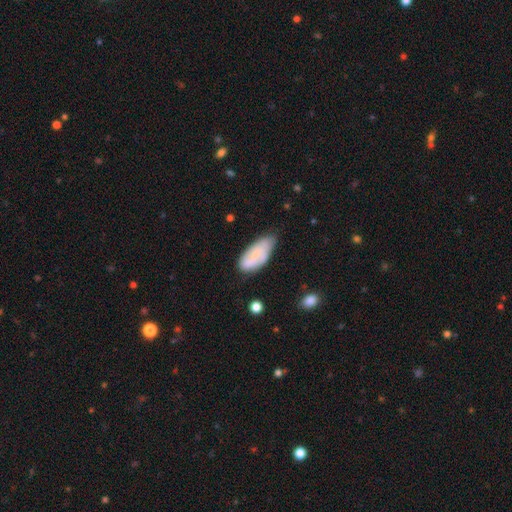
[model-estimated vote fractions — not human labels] The model was most divided on "merging": none: 52%, minor disturbance: 34%, major disturbance: 9%, merger: 4%. More confident: how rounded — in between (86%); smooth or featured — smooth (59%).